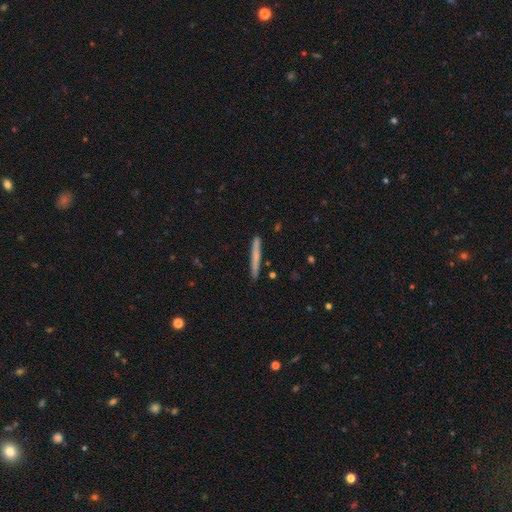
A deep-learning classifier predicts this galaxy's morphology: smooth_or_featured: smooth (p=0.66) [alt: featured or disk p=0.28]
how_rounded: cigar-shaped (p=0.97) [alt: in between p=0.02]
merging: none (p=0.90) [alt: minor disturbance p=0.08]